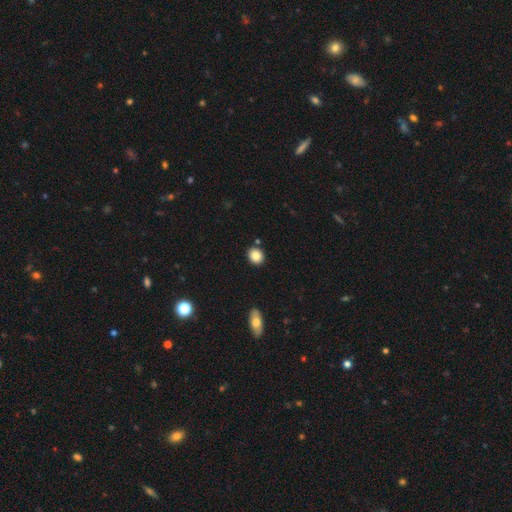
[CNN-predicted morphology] Smooth or featured: smooth — 85% (star or artifact — 9%)
How rounded: round — 73% (in between — 26%)
Merging: none — 86% (minor disturbance — 8%)